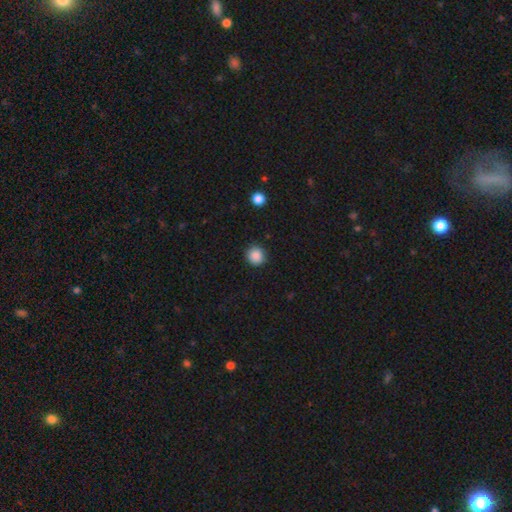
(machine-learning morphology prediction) type=smooth (87%); roundness=round (91%); merging=none (90%).